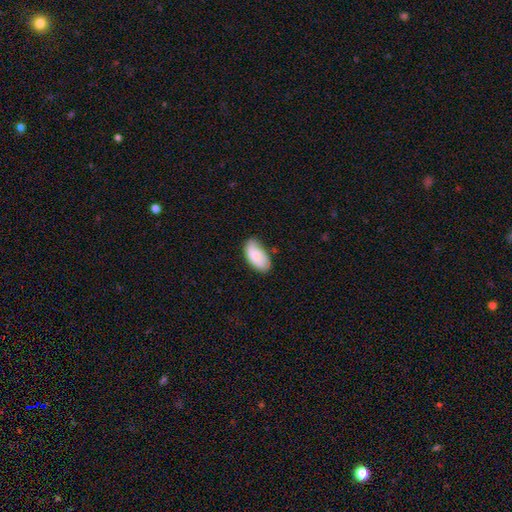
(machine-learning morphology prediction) smooth-or-featured: smooth: 81% | featured or disk: 13% | star or artifact: 6%
  how-rounded: in between: 95% | round: 2% | cigar-shaped: 2%
  merging: none: 62% | minor disturbance: 30% | major disturbance: 6% | merger: 2%